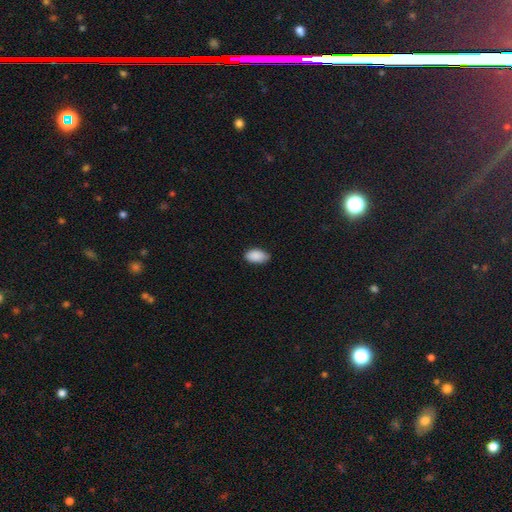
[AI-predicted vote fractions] Q: Smooth or featured?
A: smooth (90%); runner-up: star or artifact (7%)
Q: How rounded?
A: in between (95%); runner-up: round (3%)
Q: Merging?
A: none (83%); runner-up: minor disturbance (14%)